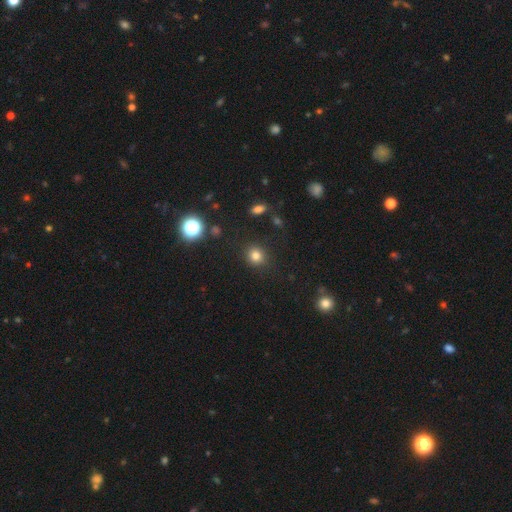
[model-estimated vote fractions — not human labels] This is likely a smooth galaxy (80%). How rounded: clearly round (87%). Merging: clearly none (89%).